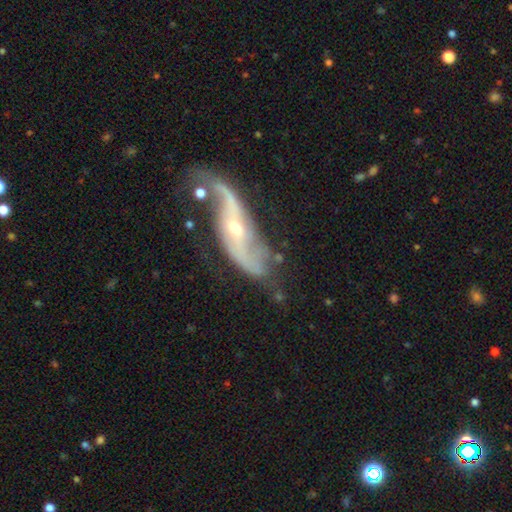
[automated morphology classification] featured or disk 86%, smooth 8%, star or artifact 6%. Down the decision tree: edge-on disk — no (89%); bar — no (47%); spiral arms — yes (93%); spiral arm count — 2 (87%); spiral winding — loose (76%); bulge size — small (49%); merging — none (52%).